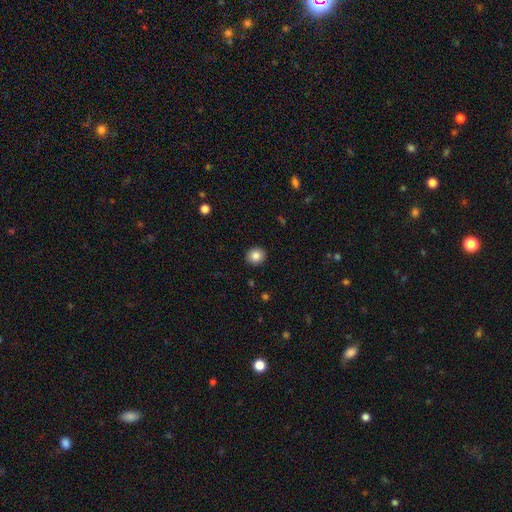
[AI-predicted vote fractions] Smooth or featured? smooth (85%)
How rounded? round (83%)
Merging? none (92%)